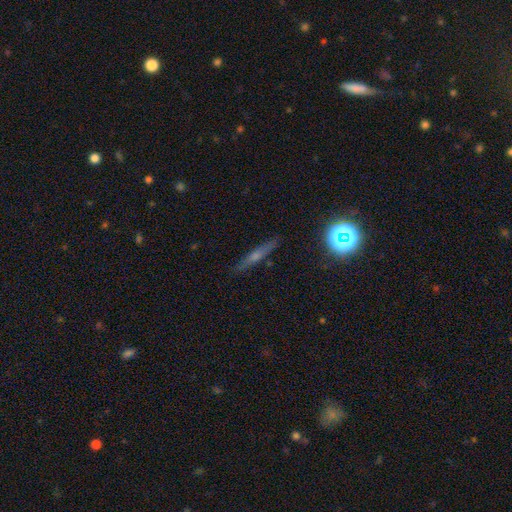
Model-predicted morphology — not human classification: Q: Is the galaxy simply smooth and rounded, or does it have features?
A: featured or disk — 50%.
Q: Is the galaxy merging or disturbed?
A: none — 87%.